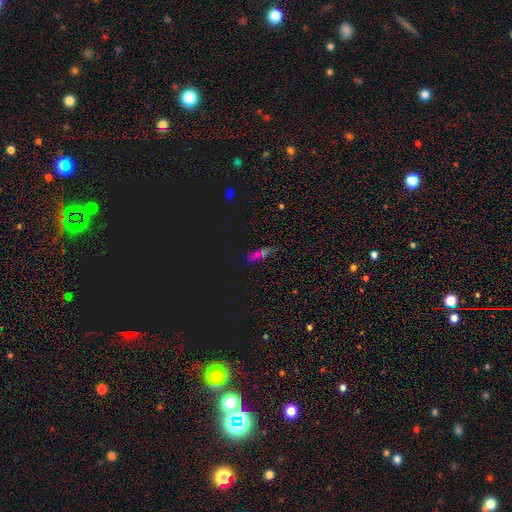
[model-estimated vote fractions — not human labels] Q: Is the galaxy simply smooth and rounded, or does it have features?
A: star or artifact — 43%.